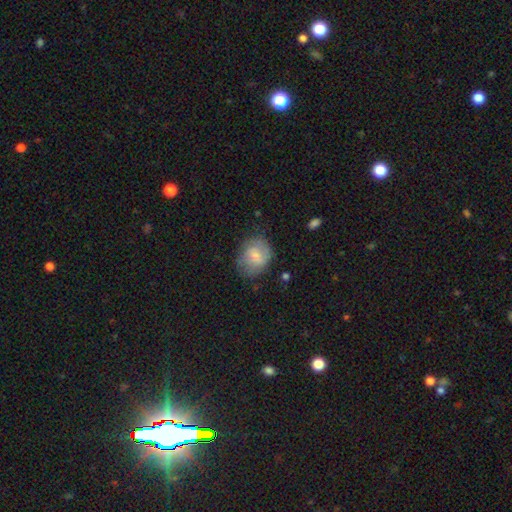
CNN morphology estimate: Smooth or featured?
  - smooth: 53% *
  - featured or disk: 40%
  - star or artifact: 7%
How rounded?
  - round: 62% *
  - in between: 37%
  - cigar-shaped: 1%
Merging?
  - none: 65% *
  - minor disturbance: 23%
  - major disturbance: 10%
  - merger: 2%